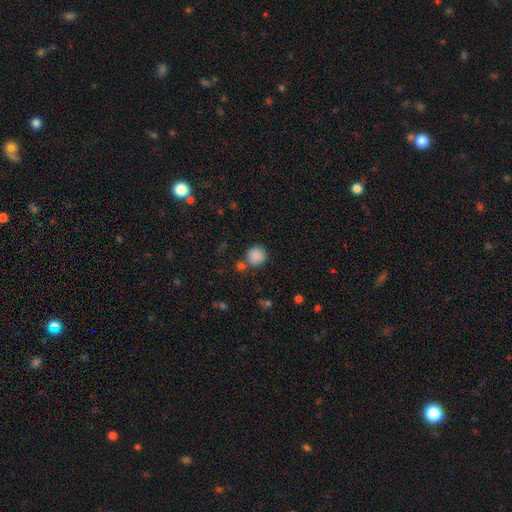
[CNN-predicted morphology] Smooth or featured? smooth (87%)
How rounded? round (90%)
Merging? none (74%)